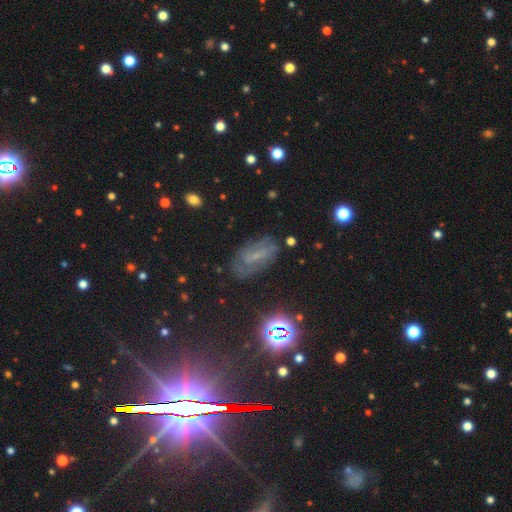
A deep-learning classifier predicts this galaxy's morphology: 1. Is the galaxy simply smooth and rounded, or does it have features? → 48% featured or disk, 30% smooth, 22% star or artifact.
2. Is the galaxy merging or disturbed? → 69% none, 19% minor disturbance, 9% major disturbance, 2% merger.